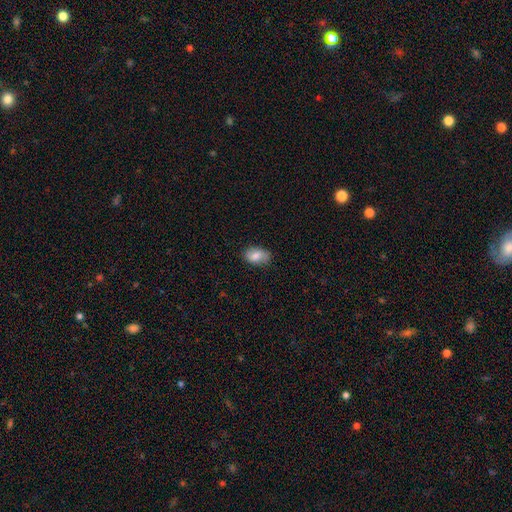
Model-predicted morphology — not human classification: smooth 78%, featured or disk 15%, star or artifact 8%. Down the decision tree: how rounded — in between (89%); merging — none (76%).